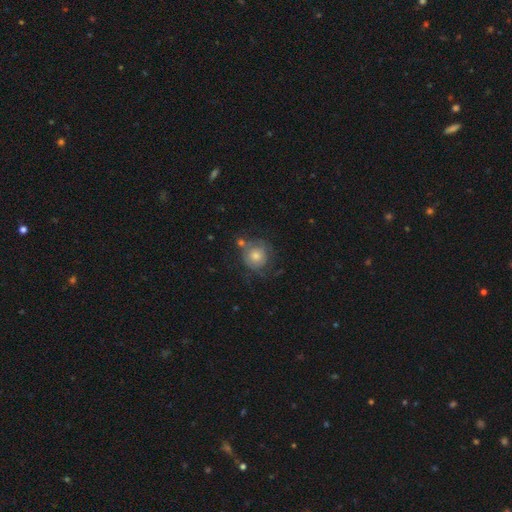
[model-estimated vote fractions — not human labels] A smooth galaxy with no disk features (55%) that is round (89%). Merging: none (60%).